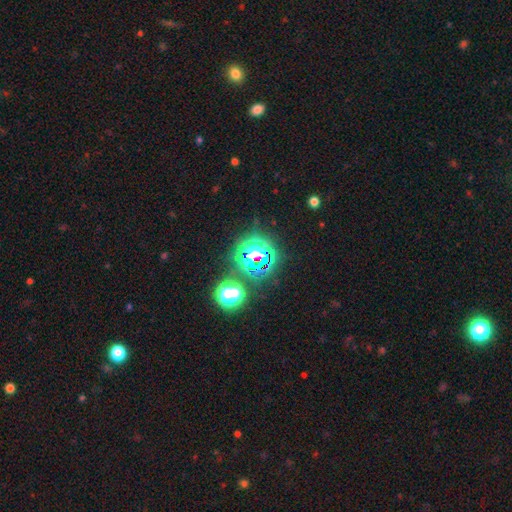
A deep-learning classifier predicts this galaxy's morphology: A star or artifact, not a galaxy (70%).